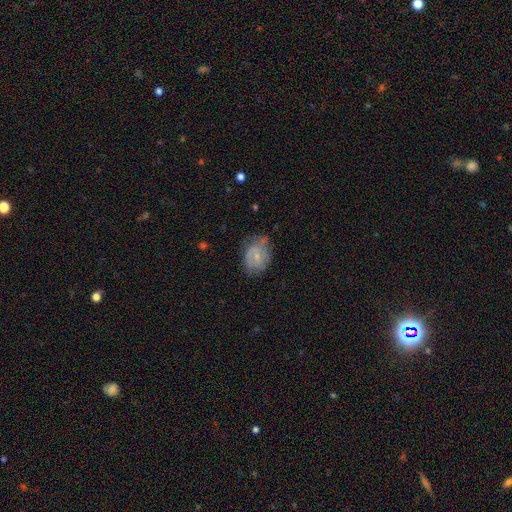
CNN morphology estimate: Smooth or featured: smooth — 48% (featured or disk — 45%)
Merging: none — 54% (minor disturbance — 31%)